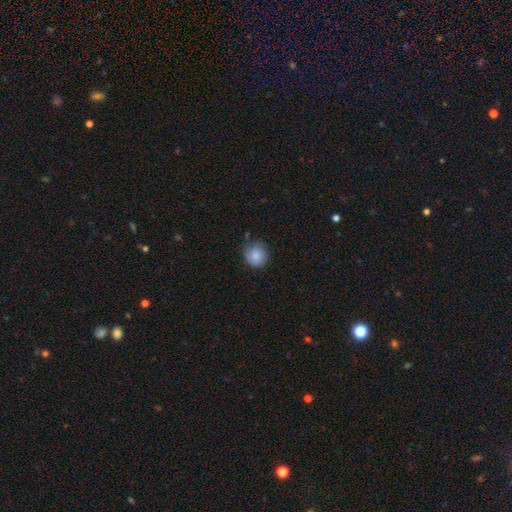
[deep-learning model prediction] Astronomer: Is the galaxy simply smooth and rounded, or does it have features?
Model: smooth — 78%.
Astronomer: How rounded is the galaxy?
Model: round — 87%.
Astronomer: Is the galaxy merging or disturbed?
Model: none — 67%.